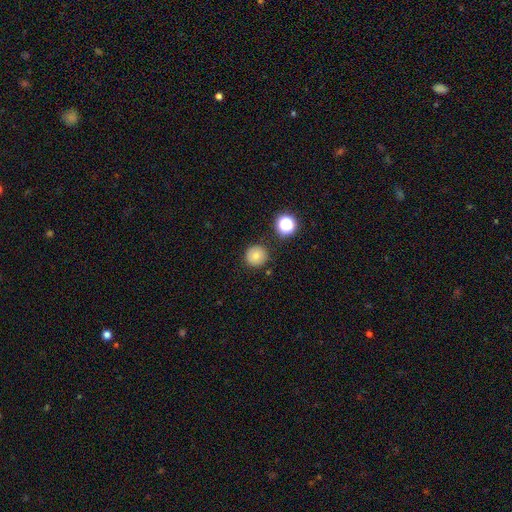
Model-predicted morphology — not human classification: This appears to be a smooth galaxy with no disk features (76%) that is round (95%). Merging: none (88%).